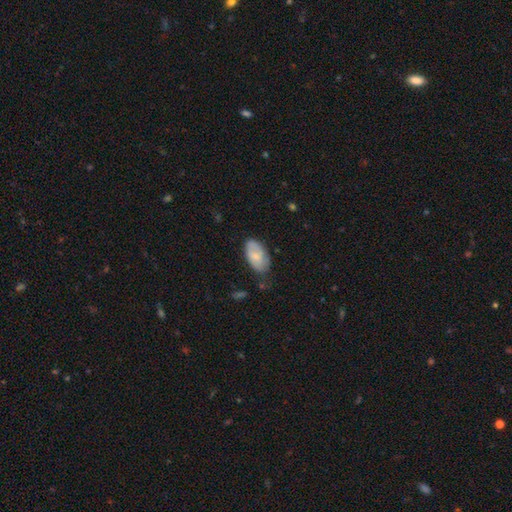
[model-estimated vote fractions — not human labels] A smooth galaxy with no disk features (70%) that is in between round and cigar-shaped (94%). Merging: none (60%).